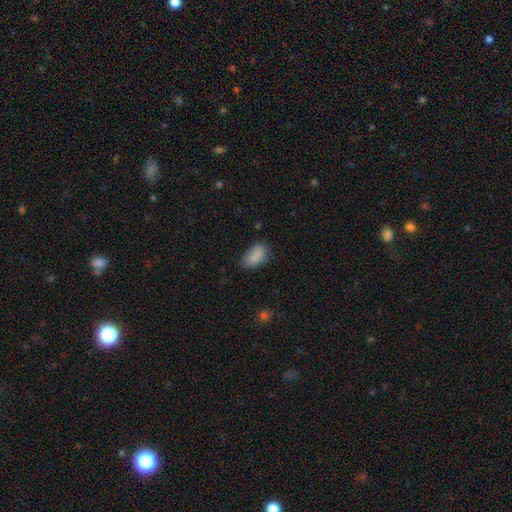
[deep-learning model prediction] This appears to be a smooth galaxy with no disk features (86%) that is in between round and cigar-shaped (92%). Merging: none (63%).